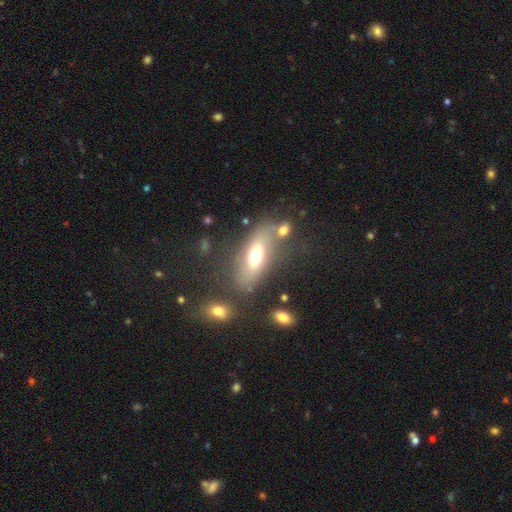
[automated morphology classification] Smooth or featured?
  - smooth: 55% *
  - featured or disk: 35%
  - star or artifact: 10%
How rounded?
  - in between: 69% *
  - cigar-shaped: 23%
  - round: 8%
Merging?
  - none: 66% *
  - minor disturbance: 15%
  - merger: 11%
  - major disturbance: 8%